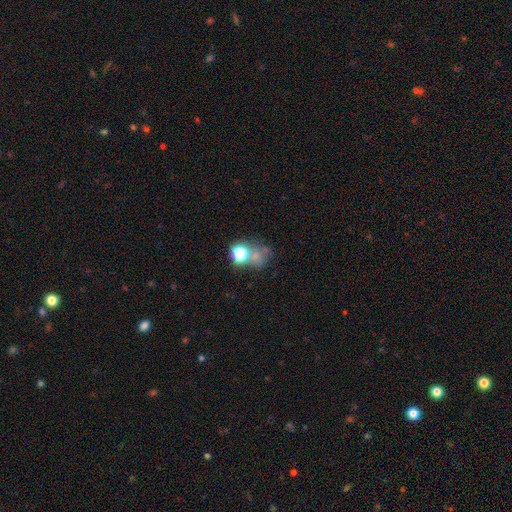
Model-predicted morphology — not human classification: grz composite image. It shows a smooth galaxy with no disk features (60%) that is round (68%). Merging: none (39%).